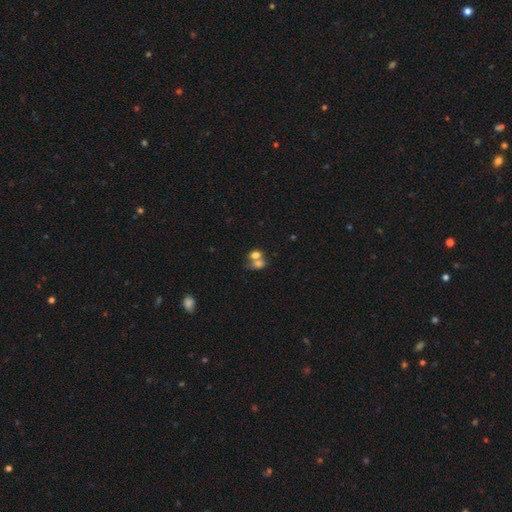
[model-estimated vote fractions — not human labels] Overall: smooth (71%). How rounded: in between (62%; round 37%). Merging: merger (67%).